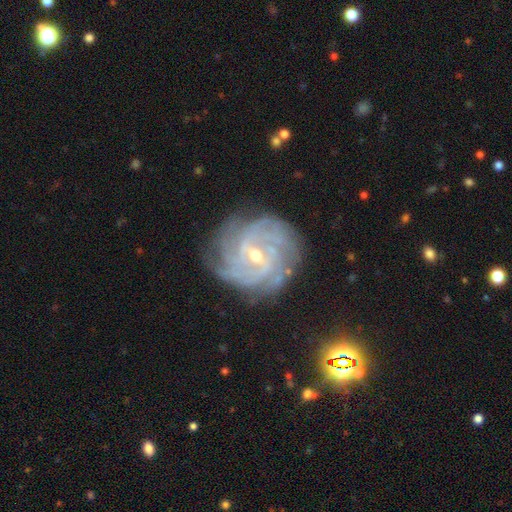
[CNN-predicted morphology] Smooth or featured?
  - featured or disk: 89% *
  - star or artifact: 6%
  - smooth: 5%
Edge-on disk?
  - no: 98% *
  - yes: 2%
Bar?
  - weak: 56% *
  - no: 23%
  - strong: 20%
Spiral arms?
  - yes: 97% *
  - no: 3%
Spiral winding?
  - tight: 71% *
  - medium: 24%
  - loose: 5%
Spiral arm count?
  - can't tell: 27% *
  - 4: 26%
  - 3: 16%
  - more than 4: 13%
  - 2: 12%
  - 1: 7%
Bulge size?
  - small: 50% *
  - moderate: 46%
  - large: 1%
  - none: 1%
  - dominant: 1%
Merging?
  - none: 78% *
  - minor disturbance: 15%
  - major disturbance: 6%
  - merger: 1%